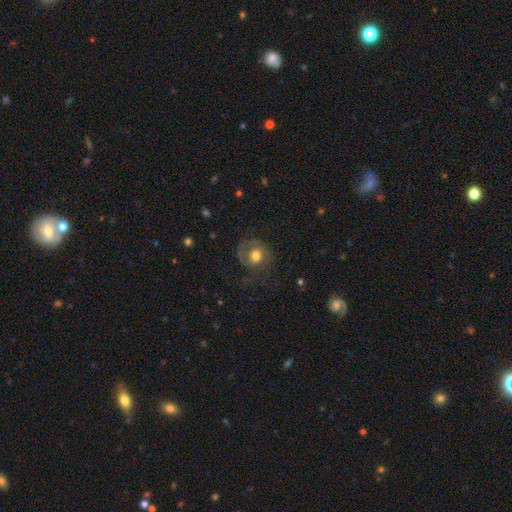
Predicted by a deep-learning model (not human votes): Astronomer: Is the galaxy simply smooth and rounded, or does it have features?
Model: featured or disk — 53% (runner-up: smooth, 38%).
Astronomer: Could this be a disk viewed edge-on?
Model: no — 97%.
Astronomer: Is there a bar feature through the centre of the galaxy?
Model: no — 77%.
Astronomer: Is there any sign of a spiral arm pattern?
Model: yes — 74%.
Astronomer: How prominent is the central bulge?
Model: moderate — 62%.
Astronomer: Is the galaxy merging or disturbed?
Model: none — 58%.